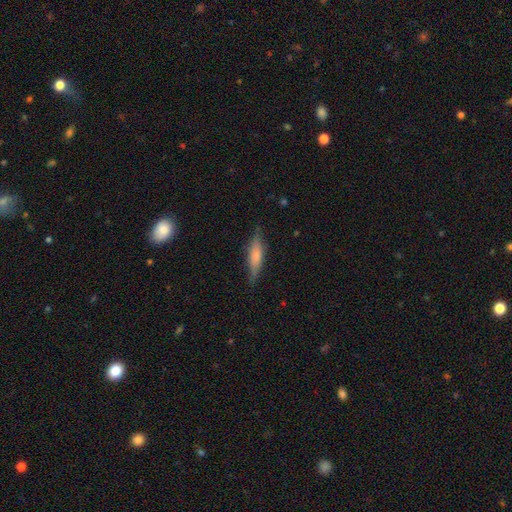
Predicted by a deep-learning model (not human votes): Overall: smooth (56%; featured or disk 37%). How rounded: cigar-shaped (73%). Merging: none (81%).